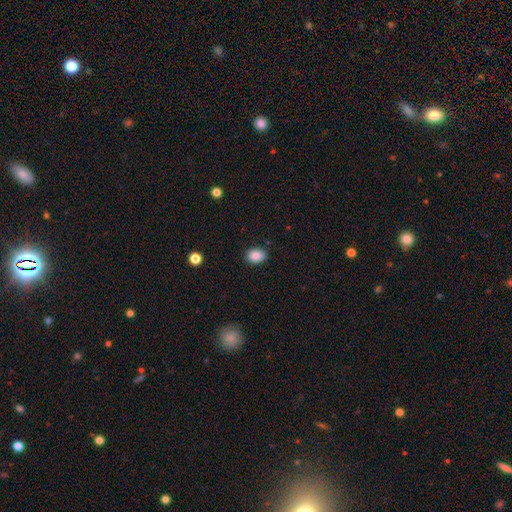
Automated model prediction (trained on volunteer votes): A smooth galaxy with no disk features (87%) that is in between round and cigar-shaped (50%). Merging: none (85%).